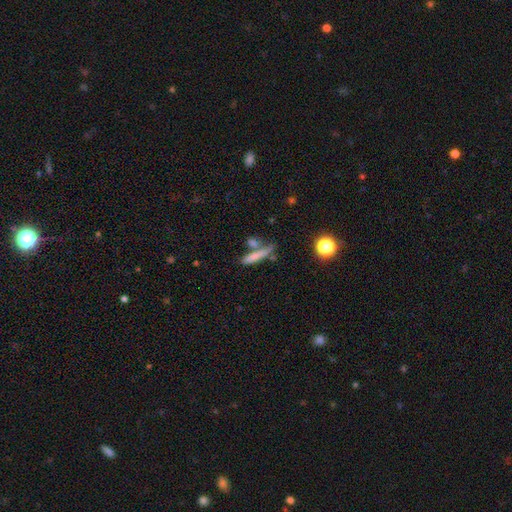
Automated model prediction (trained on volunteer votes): smooth_or_featured: smooth (p=0.70) [alt: featured or disk p=0.20]
how_rounded: cigar-shaped (p=0.81) [alt: in between p=0.15]
merging: none (p=0.54) [alt: merger p=0.25]